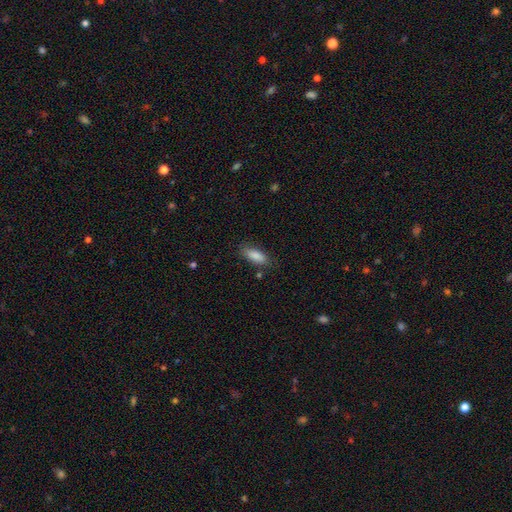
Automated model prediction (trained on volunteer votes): The model was most divided on "how rounded": in between: 76%, cigar-shaped: 23%, round: 2%. More confident: smooth or featured — smooth (87%); merging — none (79%).